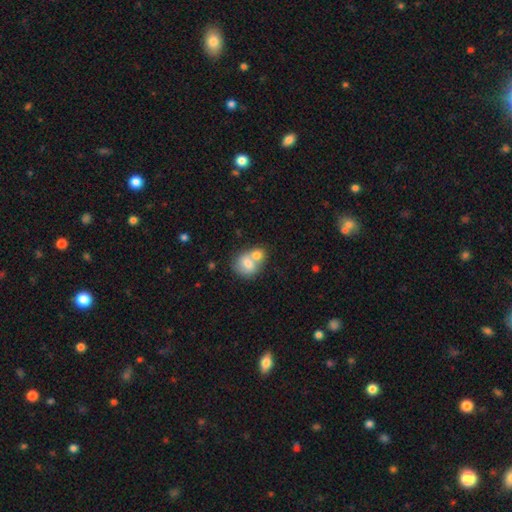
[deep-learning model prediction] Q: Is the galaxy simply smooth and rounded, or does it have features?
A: smooth — 59%.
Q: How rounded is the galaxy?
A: round — 71%.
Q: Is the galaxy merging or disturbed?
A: none — 53%.